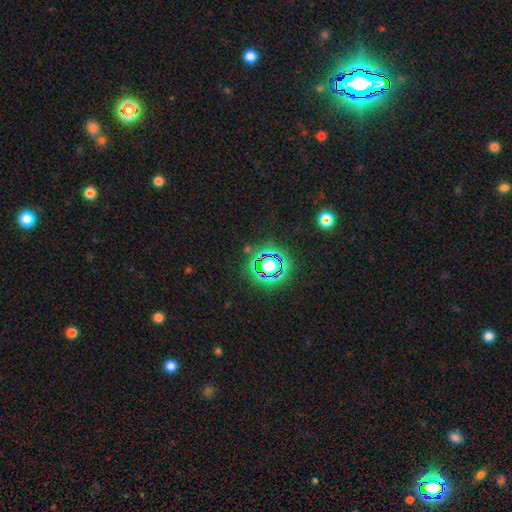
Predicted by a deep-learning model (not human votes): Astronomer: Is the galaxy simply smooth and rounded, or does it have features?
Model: star or artifact — 79%.